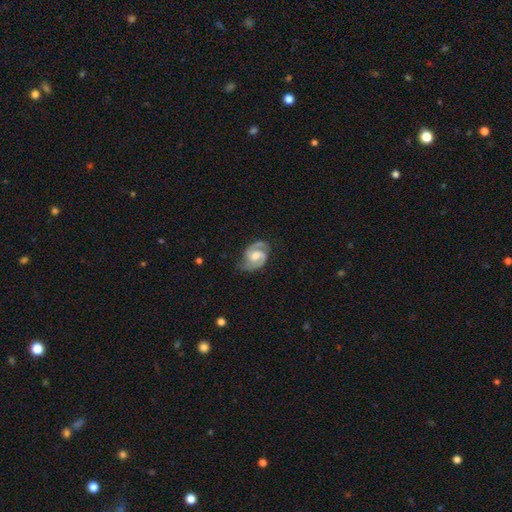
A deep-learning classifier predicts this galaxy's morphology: The model was most divided on "bar": no: 45%, weak: 44%, strong: 11%. More confident: spiral arms — yes (98%); edge-on disk — no (98%); spiral arm count — 2 (93%); smooth or featured — featured or disk (90%); merging — none (78%); bulge size — moderate (65%); spiral winding — medium (52%).